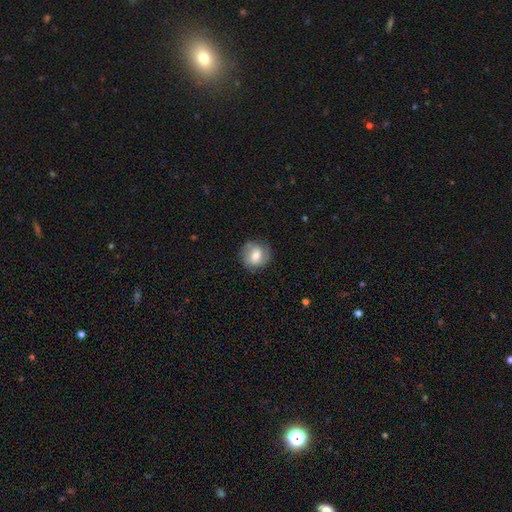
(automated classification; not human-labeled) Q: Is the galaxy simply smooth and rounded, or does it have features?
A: featured or disk — 47%.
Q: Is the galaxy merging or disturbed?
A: none — 77%.